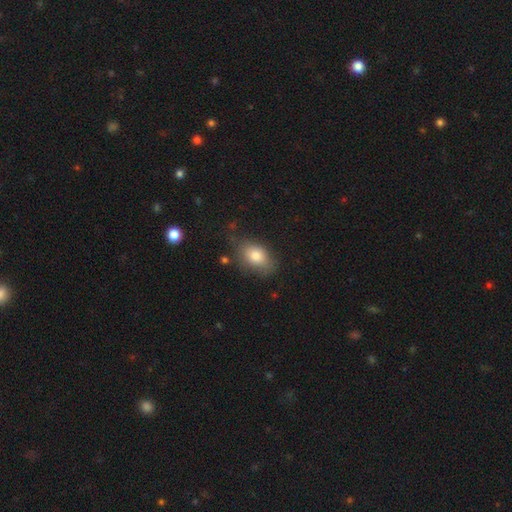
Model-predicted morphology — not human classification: Smooth or featured?
  - smooth: 80% *
  - featured or disk: 12%
  - star or artifact: 8%
How rounded?
  - in between: 84% *
  - round: 14%
  - cigar-shaped: 2%
Merging?
  - none: 67% *
  - minor disturbance: 23%
  - major disturbance: 7%
  - merger: 3%